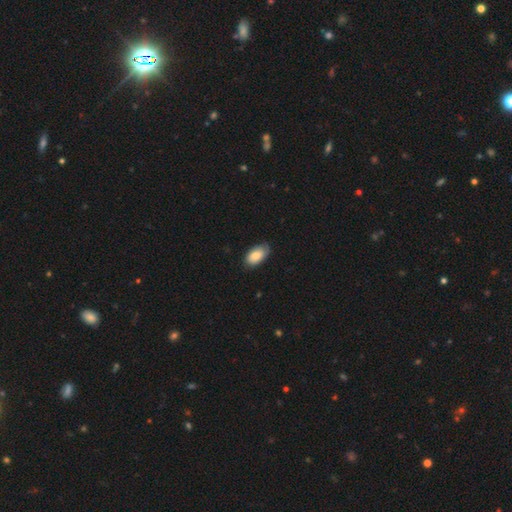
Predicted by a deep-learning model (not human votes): A smooth galaxy with no disk features (77%) that is in between round and cigar-shaped (94%). Merging: none (74%).